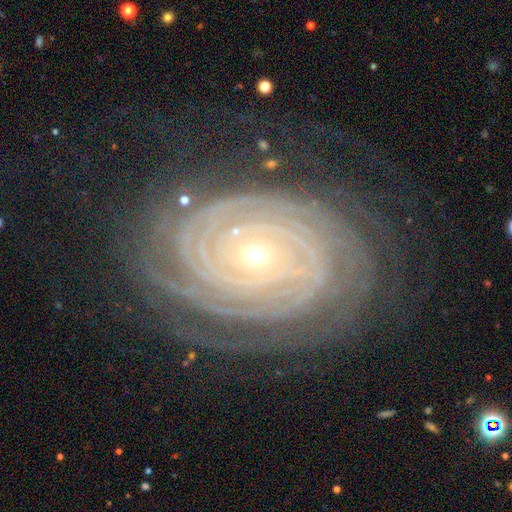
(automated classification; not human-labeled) Overall: featured or disk (91%). Edge-on disk: no (97%). Bar: no (69%). Spiral arms: yes (99%). Spiral arm count: 4 (22%; more than 4 21%). Spiral winding: tight (91%). Bulge size: small (71%). Merging: none (79%).